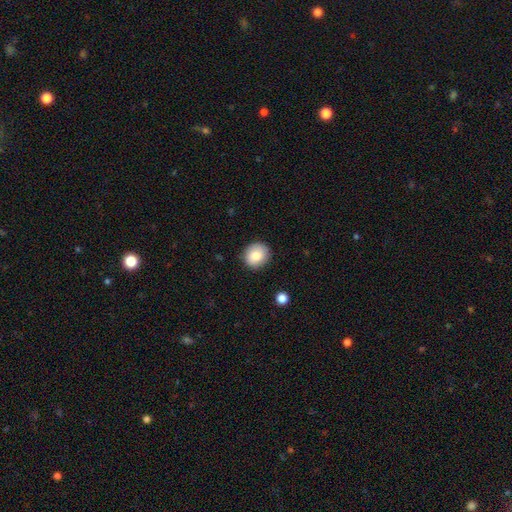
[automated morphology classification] This appears to be a smooth galaxy with no disk features (82%) that is round (83%). Merging: none (88%).